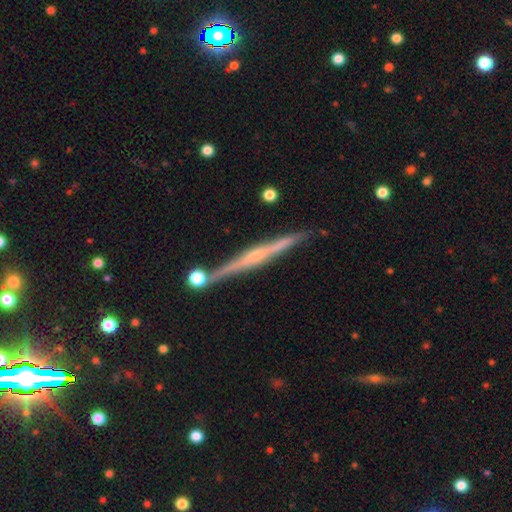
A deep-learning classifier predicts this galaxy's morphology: Smooth or featured?
  - featured or disk: 82% *
  - smooth: 12%
  - star or artifact: 6%
Edge-on disk?
  - yes: 98% *
  - no: 2%
Edge-on bulge?
  - rounded: 73% *
  - none: 19%
  - boxy: 7%
Merging?
  - none: 85% *
  - minor disturbance: 9%
  - merger: 4%
  - major disturbance: 2%